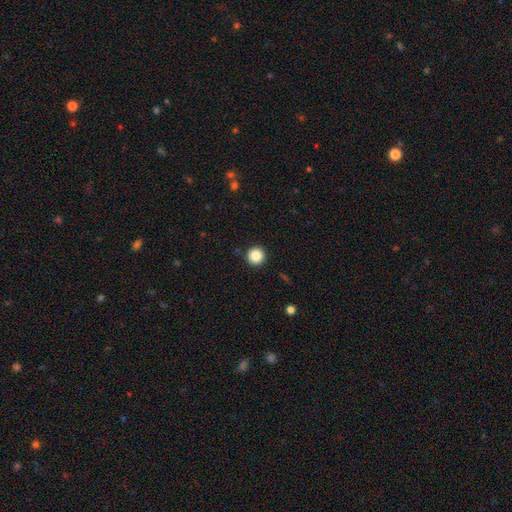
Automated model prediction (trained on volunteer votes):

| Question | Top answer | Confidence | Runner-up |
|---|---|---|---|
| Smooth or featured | smooth | 87% | star or artifact (10%) |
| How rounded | round | 96% | in between (3%) |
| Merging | none | 92% | minor disturbance (5%) |